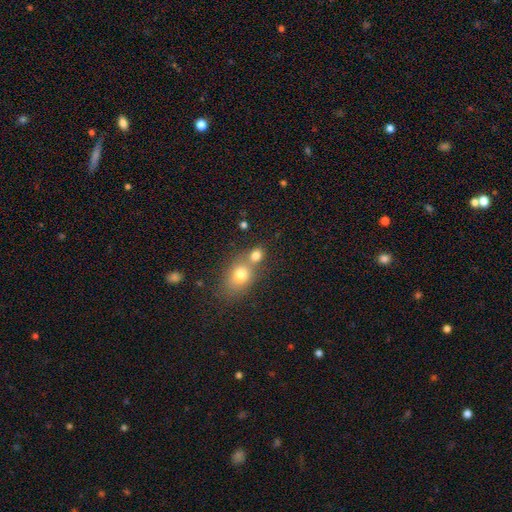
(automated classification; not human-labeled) Smooth or featured? Predicted: smooth (p=0.78). How rounded? Predicted: round (p=0.51). Merging? Predicted: merger (p=0.51).